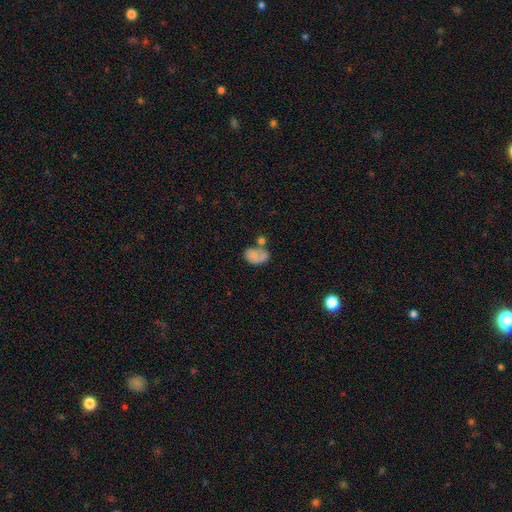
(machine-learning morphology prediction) smooth 67%, featured or disk 23%, star or artifact 10%. Down the decision tree: how rounded — in between (79%); merging — none (33%).